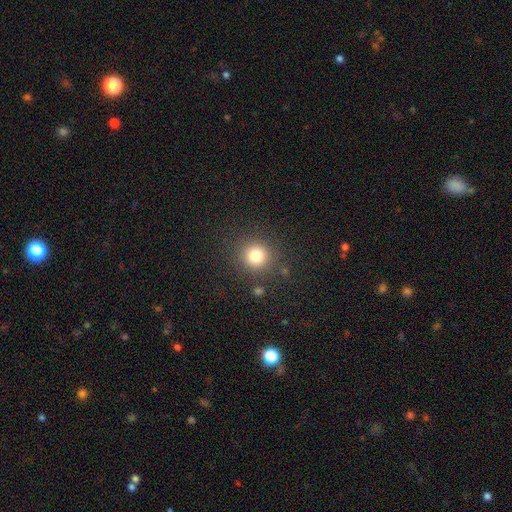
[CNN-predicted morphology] type=smooth (81%); roundness=round (92%); merging=none (86%).